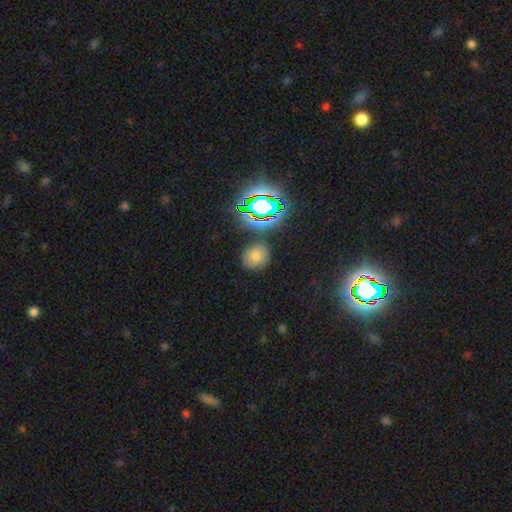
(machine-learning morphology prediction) Smooth or featured? smooth (64%)
How rounded? round (77%)
Merging? none (82%)